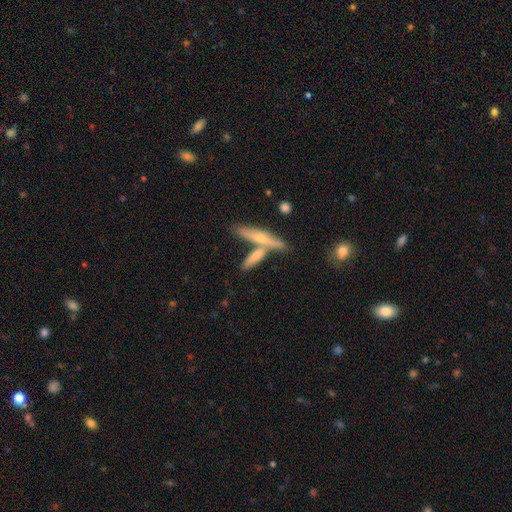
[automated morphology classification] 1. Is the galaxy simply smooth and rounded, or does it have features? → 57% smooth, 36% featured or disk, 6% star or artifact.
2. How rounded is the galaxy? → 74% cigar-shaped, 23% in between, 3% round.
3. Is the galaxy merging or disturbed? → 50% none, 37% merger, 9% minor disturbance, 3% major disturbance.